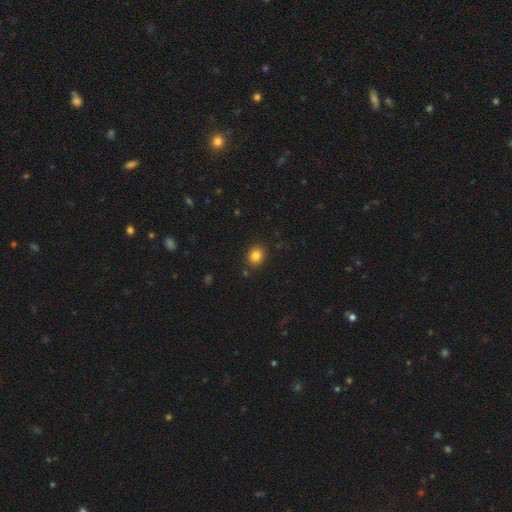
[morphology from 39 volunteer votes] smooth 85%, star or artifact 10%, featured or disk 5%. Down the decision tree: how rounded — round (88%); merging — none (91%).